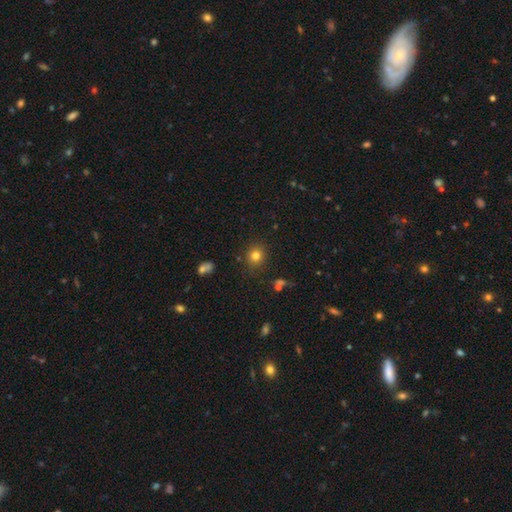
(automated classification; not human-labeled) Smooth or featured? Predicted: smooth (p=0.79). How rounded? Predicted: round (p=0.85). Merging? Predicted: none (p=0.86).